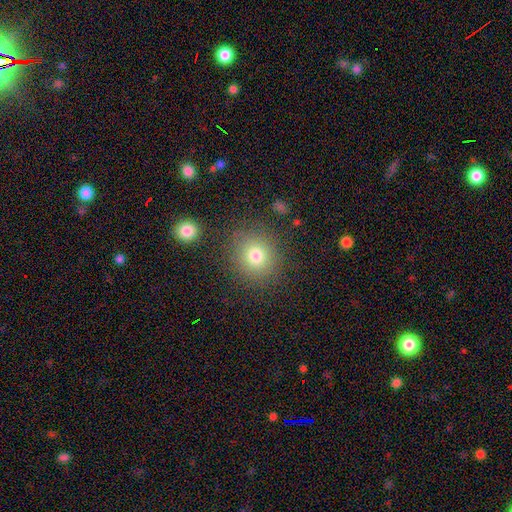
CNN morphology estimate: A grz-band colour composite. It shows a smooth galaxy with no disk features (76%) that is round (83%). Merging: none (84%).